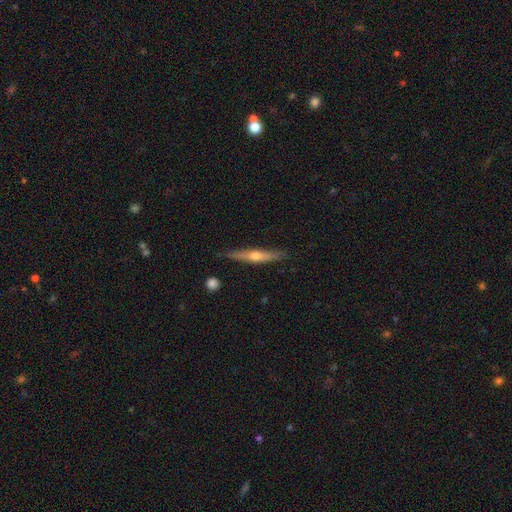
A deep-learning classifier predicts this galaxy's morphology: This is possibly a featured or disk galaxy (59%). It is clearly viewed edge-on (95%). Edge-on bulge: clearly rounded (84%). Merging: clearly none (84%).